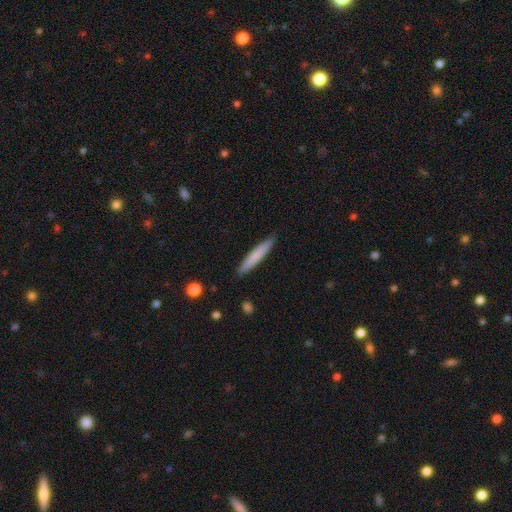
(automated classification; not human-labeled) Smooth or featured? smooth (74%)
How rounded? cigar-shaped (94%)
Merging? none (90%)